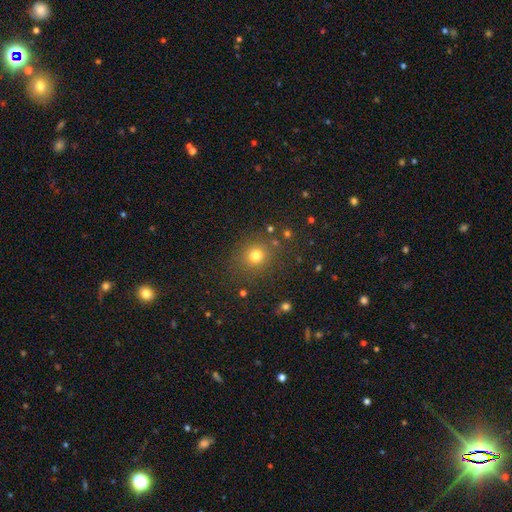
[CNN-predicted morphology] Smooth or featured?
  - smooth: 75% *
  - star or artifact: 18%
  - featured or disk: 7%
How rounded?
  - round: 85% *
  - in between: 14%
  - cigar-shaped: 1%
Merging?
  - none: 83% *
  - minor disturbance: 9%
  - major disturbance: 4%
  - merger: 3%